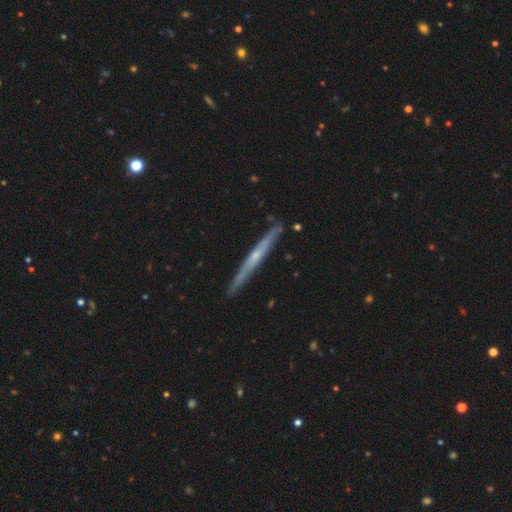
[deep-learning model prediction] featured or disk 67%, smooth 27%, star or artifact 5%. Down the decision tree: edge-on disk — yes (96%); edge-on bulge — none (50%); merging — none (88%).